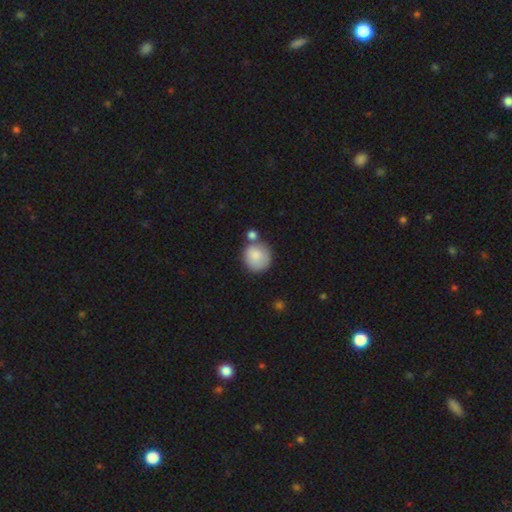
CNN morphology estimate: smooth-or-featured: smooth: 84% | featured or disk: 9% | star or artifact: 7%
  how-rounded: round: 86% | in between: 13% | cigar-shaped: 1%
  merging: none: 59% | merger: 20% | minor disturbance: 16% | major disturbance: 5%